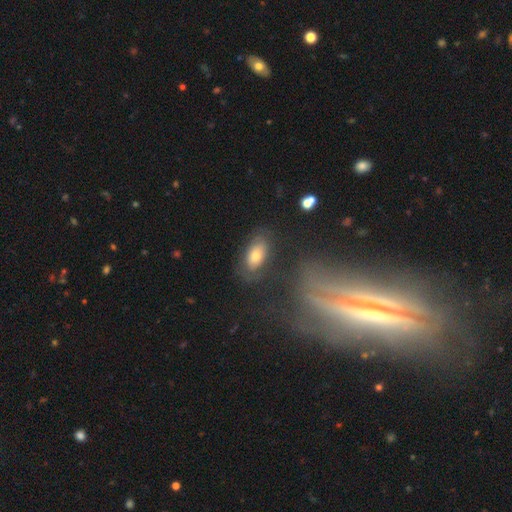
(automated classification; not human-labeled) A smooth galaxy with no disk features (62%) that is in between round and cigar-shaped (89%).

Vote fractions:
- Smooth or featured? smooth: 62% / featured or disk: 27% / star or artifact: 10%
- How rounded? in between: 89% / round: 6% / cigar-shaped: 6%
- Merging? none: 73% / minor disturbance: 16% / major disturbance: 7% / merger: 4%